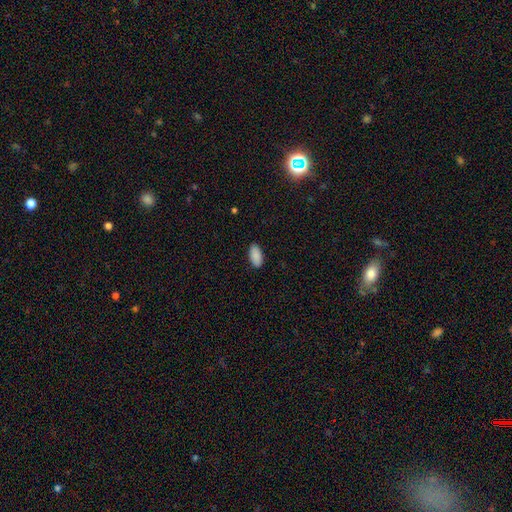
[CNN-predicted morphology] The model was most divided on "merging": none: 89%, minor disturbance: 8%, major disturbance: 2%, merger: 1%. More confident: how rounded — in between (94%); smooth or featured — smooth (90%).